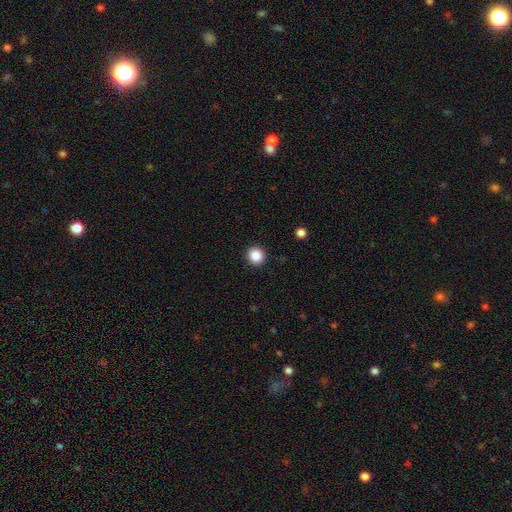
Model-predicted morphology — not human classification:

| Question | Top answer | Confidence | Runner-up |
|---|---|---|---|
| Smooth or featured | smooth | 87% | star or artifact (10%) |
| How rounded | round | 92% | in between (7%) |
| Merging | none | 93% | minor disturbance (5%) |